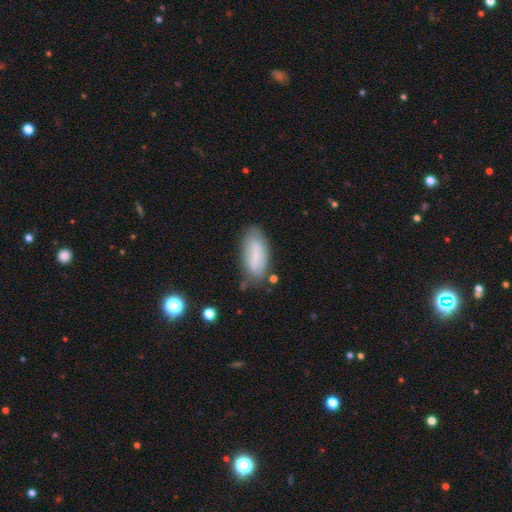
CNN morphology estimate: type=smooth (66%); roundness=in between (76%); merging=none (68%).